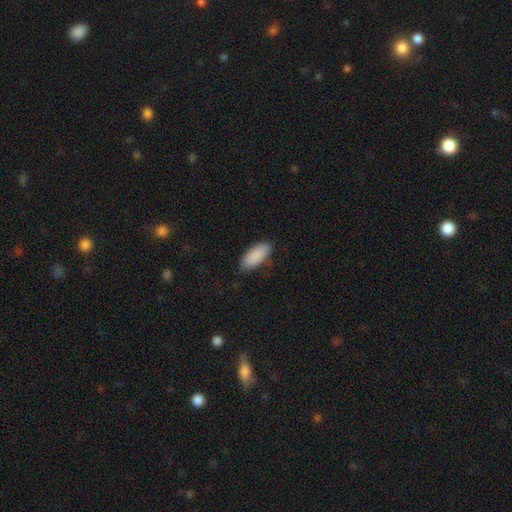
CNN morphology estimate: This appears to be a smooth galaxy with no disk features (90%) that is in between round and cigar-shaped (86%). Merging: none (83%).